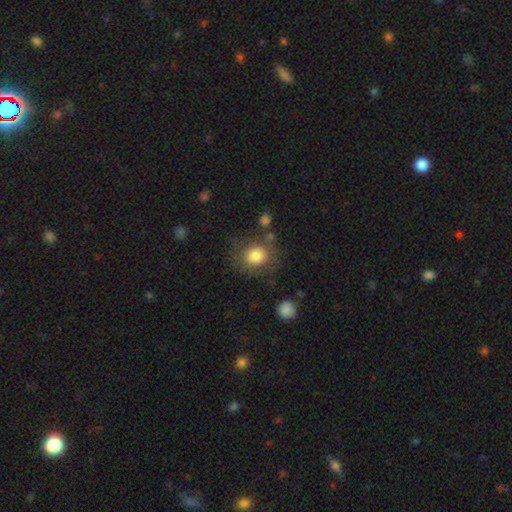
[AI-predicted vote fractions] Smooth or featured: smooth — 81% (featured or disk — 11%)
How rounded: round — 72% (in between — 27%)
Merging: none — 70% (minor disturbance — 16%)